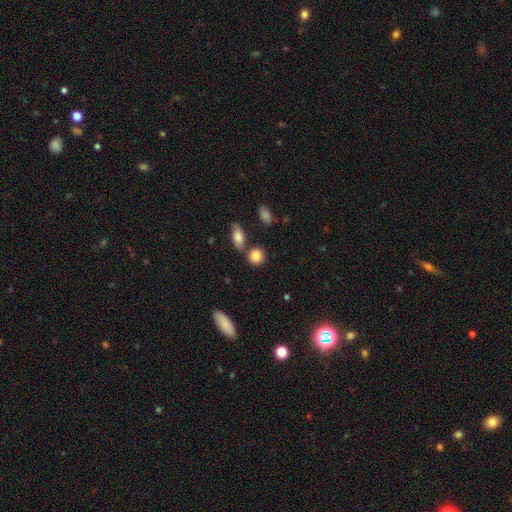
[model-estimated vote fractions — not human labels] This appears to be a smooth galaxy with no disk features (85%) that is round (75%). Merging: none (71%).